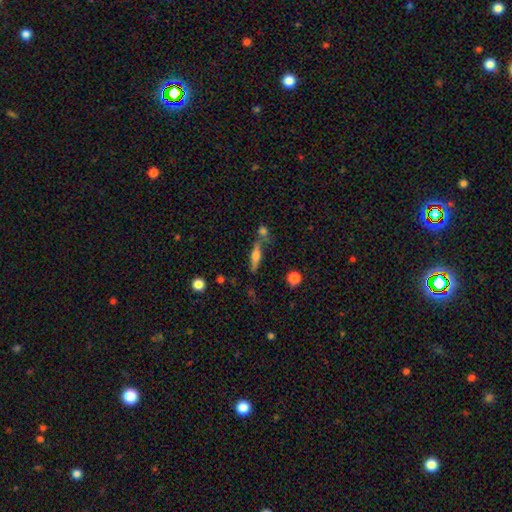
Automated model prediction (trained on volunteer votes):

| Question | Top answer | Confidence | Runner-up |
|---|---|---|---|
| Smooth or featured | smooth | 52% | featured or disk (38%) |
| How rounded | cigar-shaped | 68% | in between (28%) |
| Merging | none | 59% | merger (22%) |